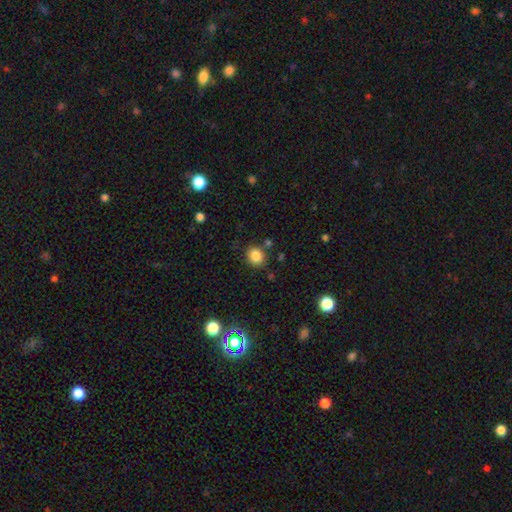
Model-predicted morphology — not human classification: Smooth or featured? Predicted: smooth (p=0.85). How rounded? Predicted: round (p=0.68). Merging? Predicted: none (p=0.81).